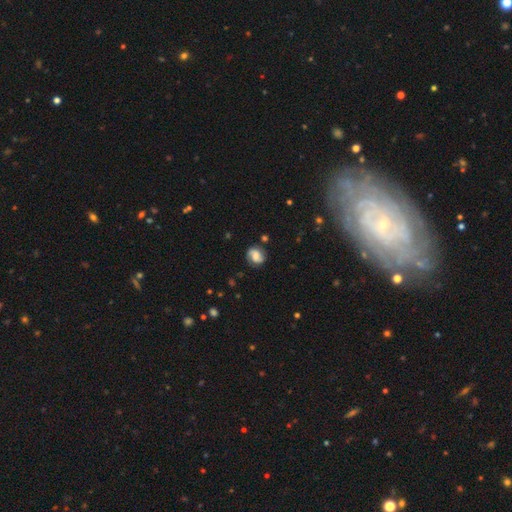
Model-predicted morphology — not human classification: Smooth or featured: featured or disk — 58% (smooth — 33%)
Edge-on disk: no — 98% (yes — 2%)
Bar: no — 46% (weak — 41%)
Spiral arms: yes — 90% (no — 10%)
Spiral winding: medium — 44% (tight — 28%)
Spiral arm count: 2 — 86% (can't tell — 7%)
Bulge size: moderate — 48% (small — 29%)
Merging: none — 79% (minor disturbance — 14%)